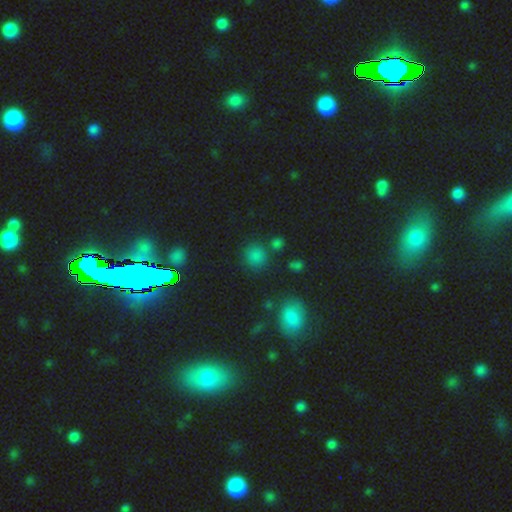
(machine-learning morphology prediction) The model was most divided on "smooth or featured": smooth: 73%, star or artifact: 23%, featured or disk: 5%. More confident: how rounded — round (88%); merging — none (77%).